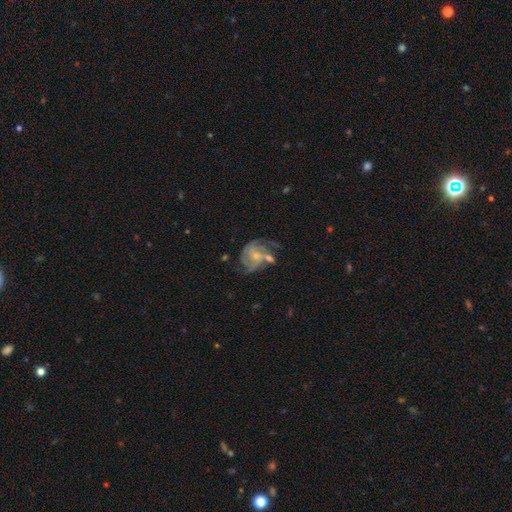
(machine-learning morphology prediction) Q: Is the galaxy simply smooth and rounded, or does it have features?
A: featured or disk — 79%.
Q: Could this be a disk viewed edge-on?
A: no — 98%.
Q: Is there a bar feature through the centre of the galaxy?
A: no — 69%.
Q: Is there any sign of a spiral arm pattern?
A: yes — 92%.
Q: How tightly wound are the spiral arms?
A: tight — 45%.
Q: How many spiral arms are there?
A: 3 — 31%.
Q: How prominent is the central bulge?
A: small — 63%.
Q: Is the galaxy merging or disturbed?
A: none — 40%.